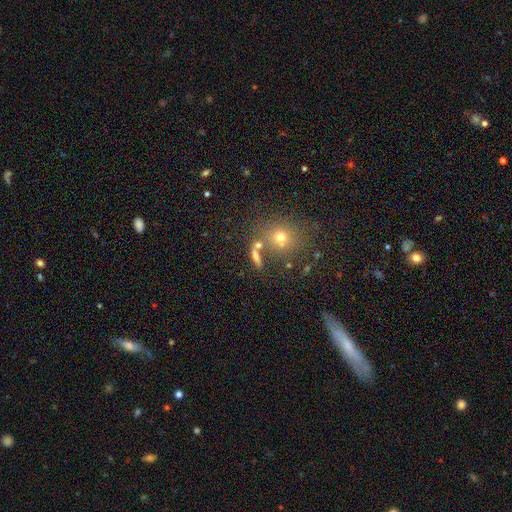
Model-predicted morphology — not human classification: A smooth galaxy with no disk features (55%) that is round (35%).

Vote fractions:
- Smooth or featured? smooth: 55% / star or artifact: 25% / featured or disk: 20%
- How rounded? round: 35% / cigar-shaped: 33% / in between: 31%
- Merging? none: 65% / merger: 18% / minor disturbance: 11% / major disturbance: 6%